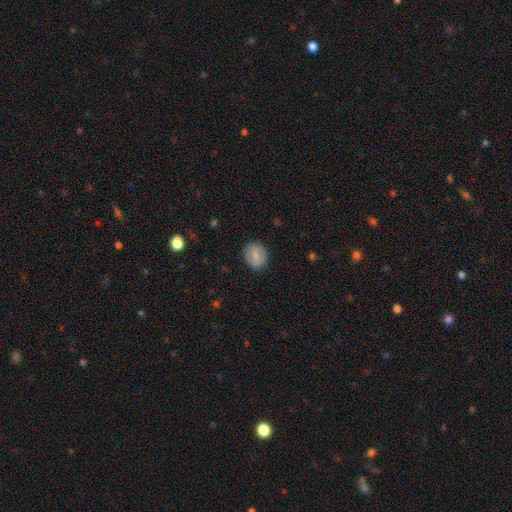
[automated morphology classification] This appears to be a smooth galaxy with no disk features (71%) that is round (59%). Merging: none (82%).